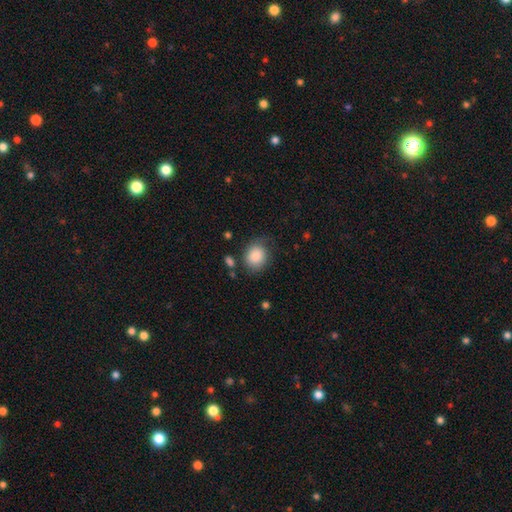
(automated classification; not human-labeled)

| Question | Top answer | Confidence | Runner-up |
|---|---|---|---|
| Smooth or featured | smooth | 87% | star or artifact (7%) |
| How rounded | round | 60% | in between (39%) |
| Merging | none | 63% | minor disturbance (24%) |